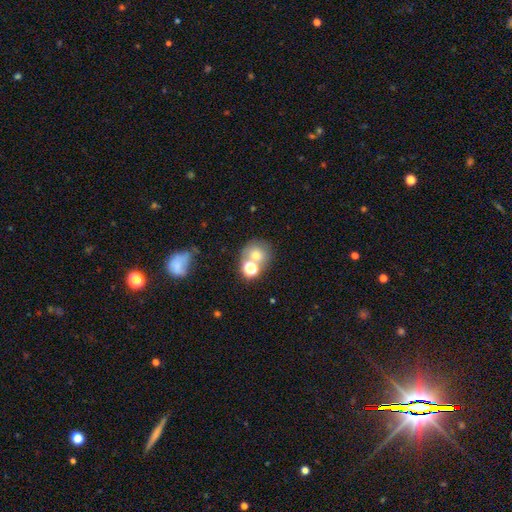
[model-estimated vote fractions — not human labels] Smooth or featured? smooth (68%)
How rounded? round (79%)
Merging? none (46%)